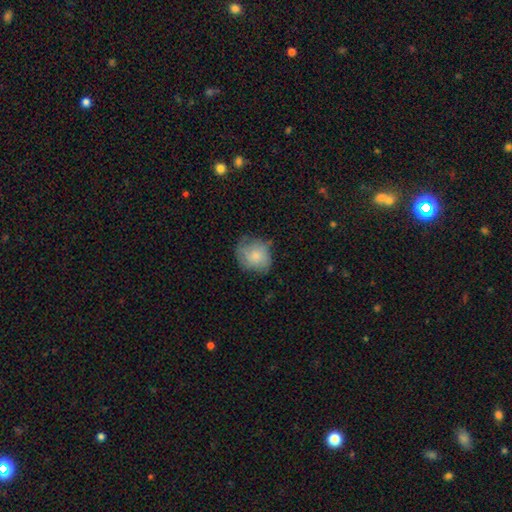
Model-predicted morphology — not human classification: Smooth or featured: smooth — 68% (featured or disk — 25%)
How rounded: round — 74% (in between — 25%)
Merging: none — 60% (minor disturbance — 29%)